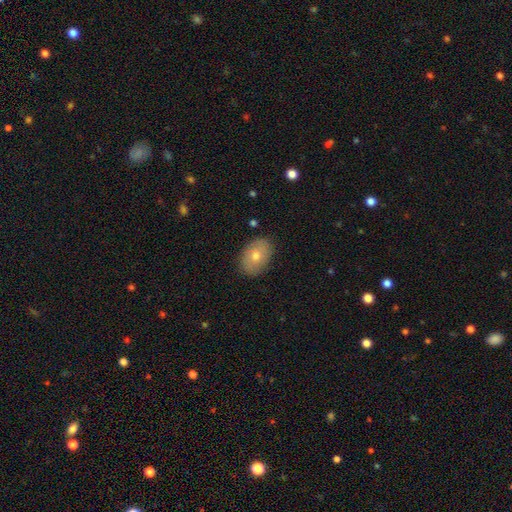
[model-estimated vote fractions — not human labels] smooth_or_featured: smooth (p=0.64) [alt: featured or disk p=0.27]
how_rounded: in between (p=0.82) [alt: round p=0.17]
merging: none (p=0.86) [alt: minor disturbance p=0.10]